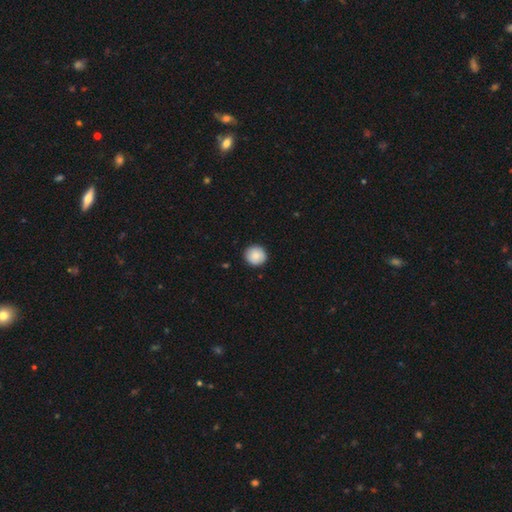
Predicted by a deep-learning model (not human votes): A smooth galaxy with no disk features (84%) that is round (94%). Merging: none (91%).